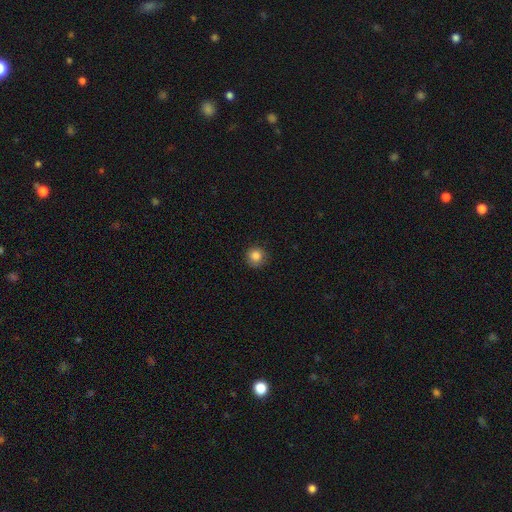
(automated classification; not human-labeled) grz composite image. It shows a smooth galaxy with no disk features (85%) that is round (94%). Merging: none (87%).